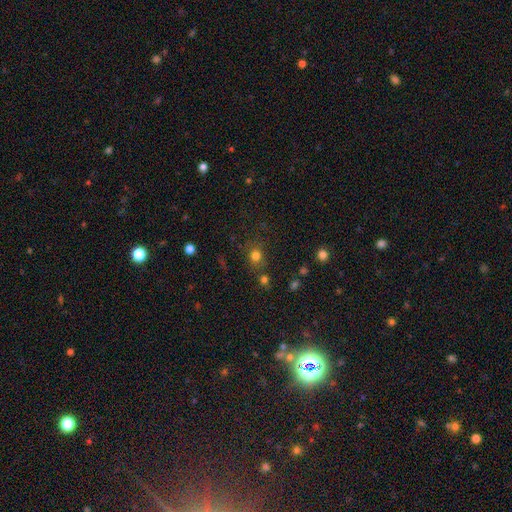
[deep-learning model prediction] Morphology: type=smooth (75%); roundness=round (79%); merging=none (74%).